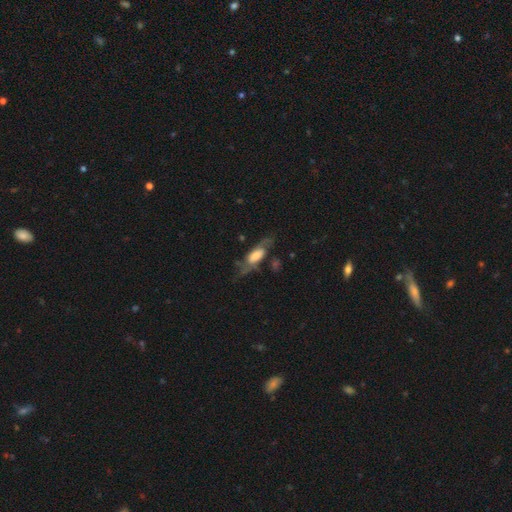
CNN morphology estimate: Smooth or featured? featured or disk (57%)
Edge-on disk? no (77%)
Merging? none (51%)